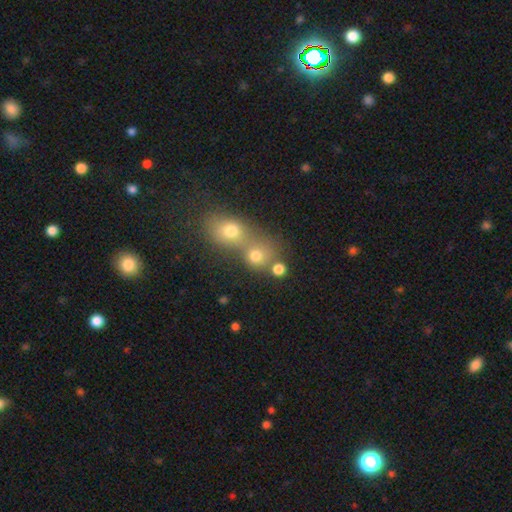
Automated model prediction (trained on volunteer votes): The model was most divided on "merging": merger: 52%, none: 37%, minor disturbance: 7%, major disturbance: 4%. More confident: how rounded — round (78%); smooth or featured — smooth (74%).